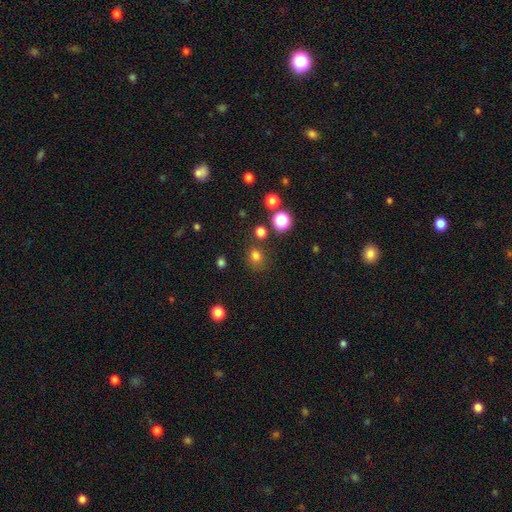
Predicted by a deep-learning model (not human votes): This is likely a smooth galaxy (76%). How rounded: clearly round (80%). Merging: likely none (77%).